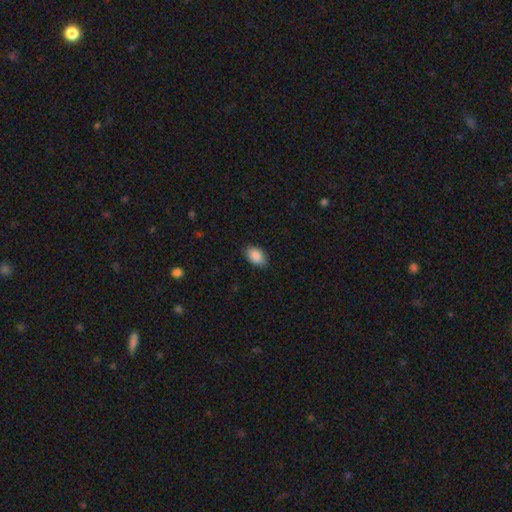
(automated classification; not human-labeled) This appears to be a smooth galaxy with no disk features (89%) that is in between round and cigar-shaped (90%). Merging: none (83%).